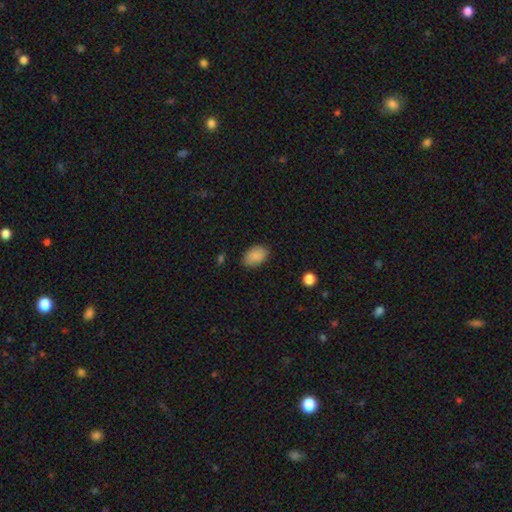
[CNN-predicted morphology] A smooth galaxy with no disk features (86%) that is in between round and cigar-shaped (87%).

Vote fractions:
- Smooth or featured? smooth: 86% / star or artifact: 8% / featured or disk: 6%
- How rounded? in between: 87% / round: 11% / cigar-shaped: 1%
- Merging? none: 82% / minor disturbance: 14% / major disturbance: 3% / merger: 1%